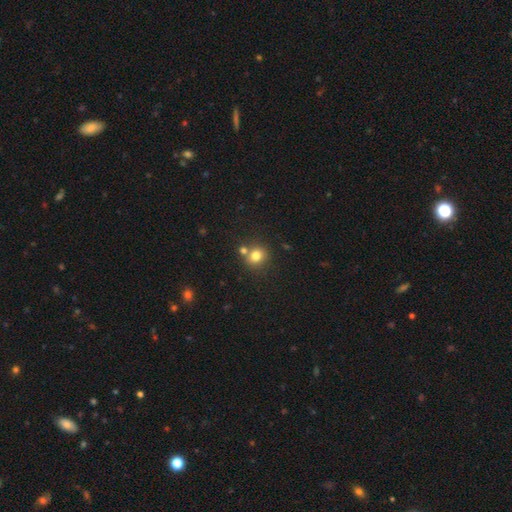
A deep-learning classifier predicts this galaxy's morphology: This appears to be a smooth galaxy with no disk features (78%) that is round (85%). Merging: none (66%).